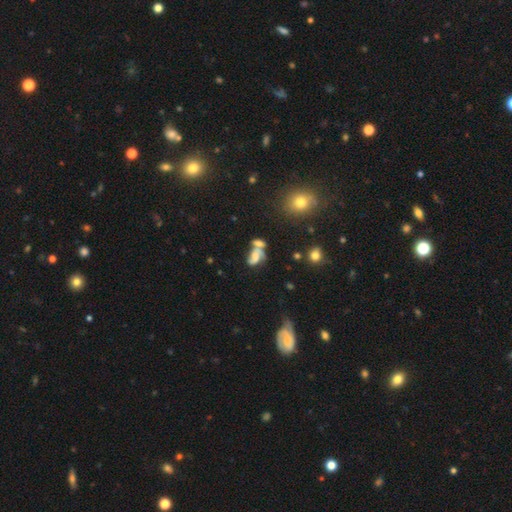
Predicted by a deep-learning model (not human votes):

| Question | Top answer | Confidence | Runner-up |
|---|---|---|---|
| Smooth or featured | featured or disk | 60% | smooth (27%) |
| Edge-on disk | no | 96% | yes (4%) |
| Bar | no | 60% | weak (30%) |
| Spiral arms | yes | 79% | no (21%) |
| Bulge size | moderate | 35% | small (29%) |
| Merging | merger | 50% | none (24%) |